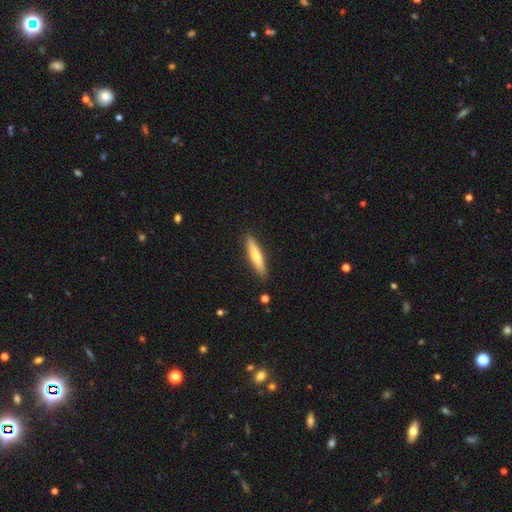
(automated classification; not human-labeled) Q: Smooth or featured?
A: smooth (61%); runner-up: featured or disk (33%)
Q: How rounded?
A: cigar-shaped (81%); runner-up: in between (17%)
Q: Merging?
A: none (90%); runner-up: minor disturbance (7%)